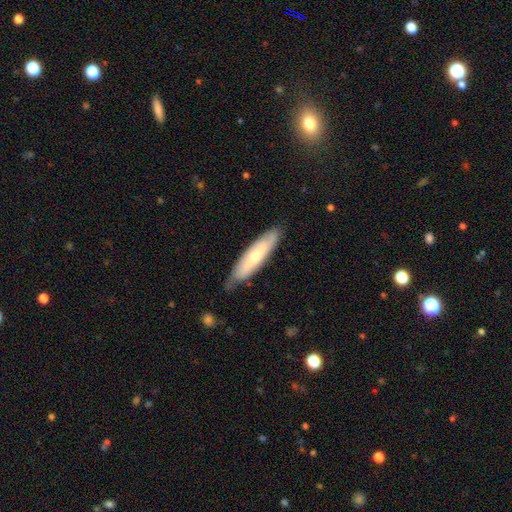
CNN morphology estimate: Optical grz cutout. It shows a smooth galaxy with no disk features (52%) that is cigar-shaped (71%). Merging: none (76%).